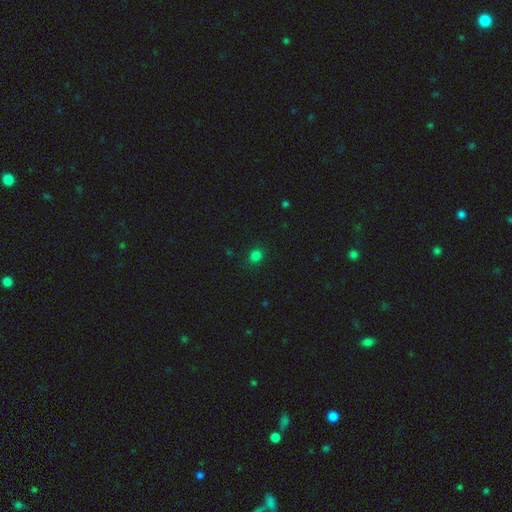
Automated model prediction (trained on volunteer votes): Smooth or featured? Predicted: smooth (p=0.79). How rounded? Predicted: round (p=0.68). Merging? Predicted: none (p=0.87).